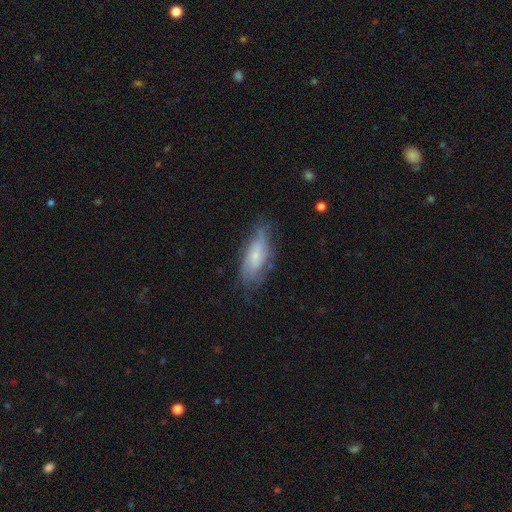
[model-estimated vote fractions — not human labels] Smooth or featured? featured or disk (51%)
Edge-on disk? no (83%)
Merging? none (60%)